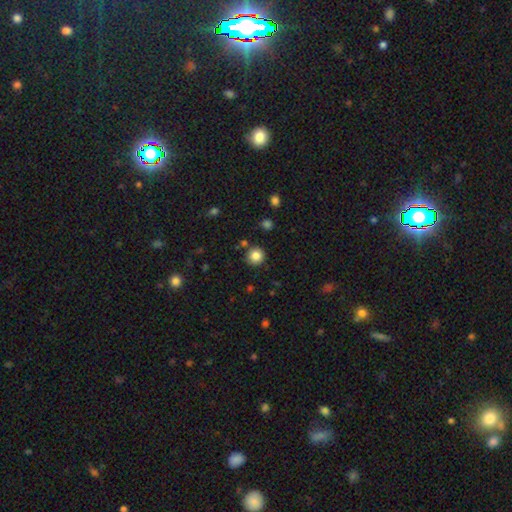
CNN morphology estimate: smooth_or_featured: smooth (p=0.84) [alt: star or artifact p=0.11]
how_rounded: round (p=0.94) [alt: in between p=0.05]
merging: none (p=0.88) [alt: minor disturbance p=0.07]